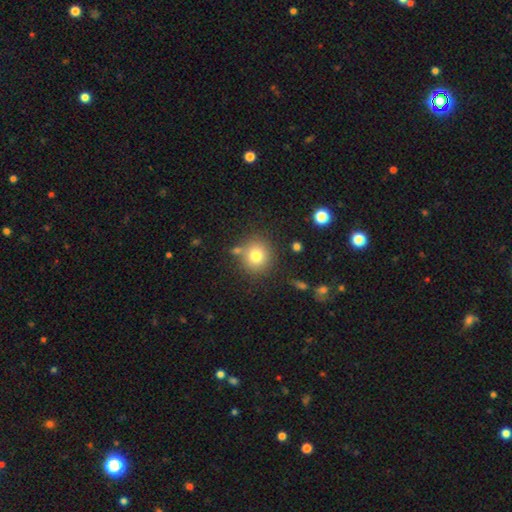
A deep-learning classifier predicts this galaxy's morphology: A smooth galaxy with no disk features (78%) that is round (90%). Merging: none (77%).